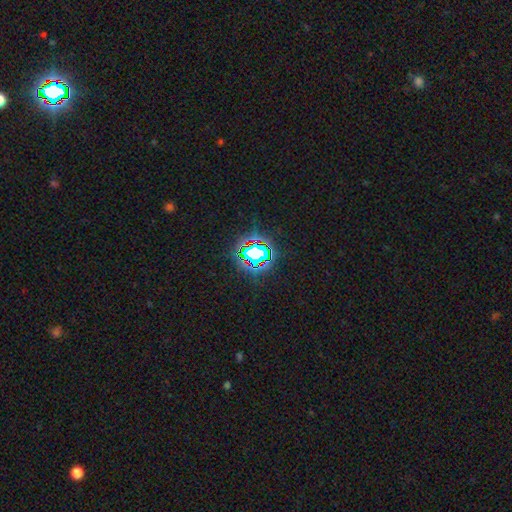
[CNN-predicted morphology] smooth_or_featured: star or artifact (p=0.70) [alt: smooth p=0.18]